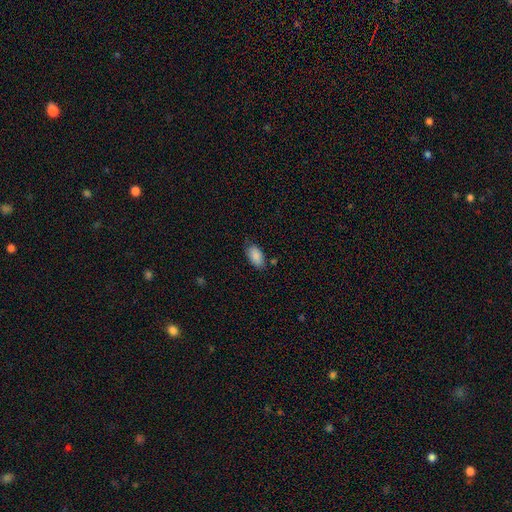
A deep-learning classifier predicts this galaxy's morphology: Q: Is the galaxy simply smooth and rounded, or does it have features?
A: smooth — 88%.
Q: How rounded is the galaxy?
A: in between — 94%.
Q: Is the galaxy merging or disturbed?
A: none — 73%.